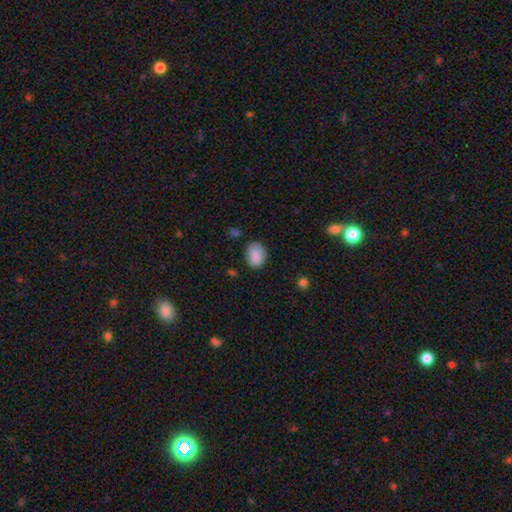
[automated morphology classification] A smooth galaxy with no disk features (88%) that is in between round and cigar-shaped (67%). Merging: none (76%).